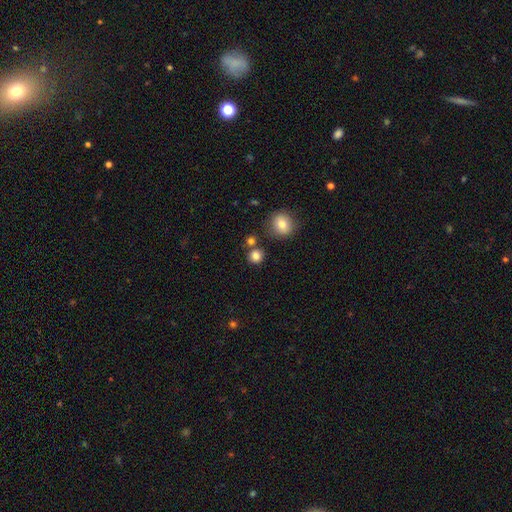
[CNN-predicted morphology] A smooth galaxy with no disk features (82%) that is round (89%).

Vote fractions:
- Smooth or featured? smooth: 82% / star or artifact: 12% / featured or disk: 5%
- How rounded? round: 89% / in between: 10% / cigar-shaped: 1%
- Merging? none: 77% / merger: 12% / minor disturbance: 8% / major disturbance: 3%